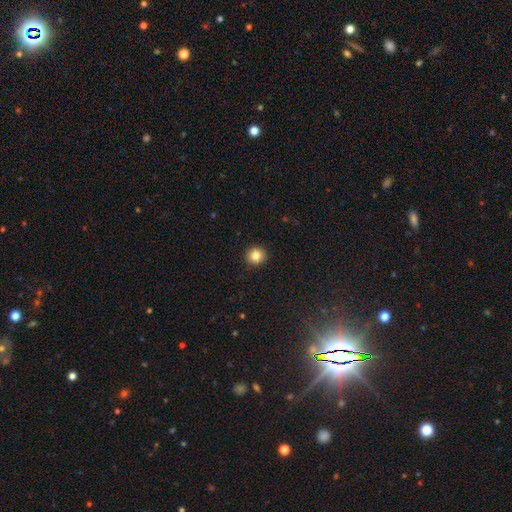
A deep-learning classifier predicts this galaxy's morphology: smooth_or_featured: smooth (p=0.83) [alt: star or artifact p=0.10]
how_rounded: round (p=0.93) [alt: in between p=0.06]
merging: none (p=0.93) [alt: minor disturbance p=0.05]